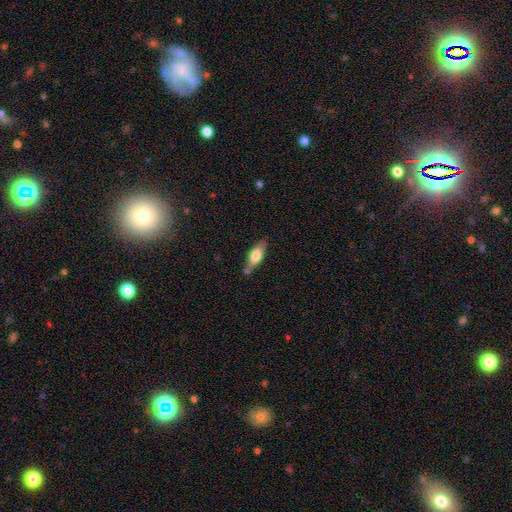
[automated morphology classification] Smooth or featured?
  - smooth: 66% *
  - featured or disk: 28%
  - star or artifact: 7%
How rounded?
  - in between: 66% *
  - cigar-shaped: 31%
  - round: 3%
Merging?
  - none: 67% *
  - minor disturbance: 19%
  - merger: 10%
  - major disturbance: 4%